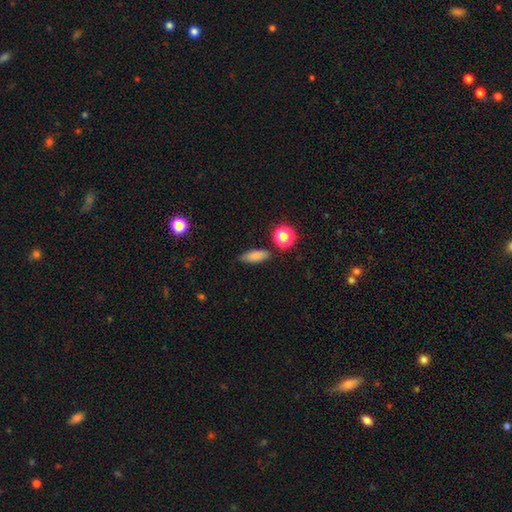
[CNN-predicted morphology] The model was most divided on "how rounded": in between: 69%, cigar-shaped: 24%, round: 7%. More confident: smooth or featured — smooth (82%); merging — none (79%).